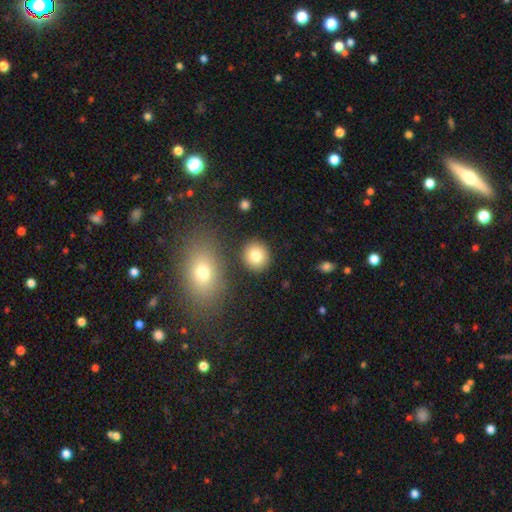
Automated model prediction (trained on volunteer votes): smooth_or_featured: smooth (p=0.82) [alt: star or artifact p=0.09]
how_rounded: round (p=0.84) [alt: in between p=0.15]
merging: none (p=0.85) [alt: minor disturbance p=0.07]